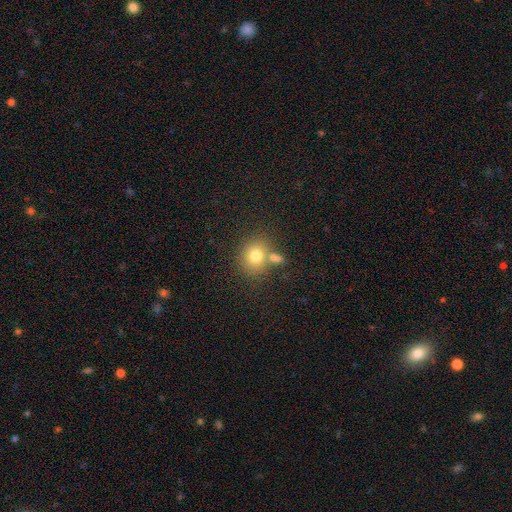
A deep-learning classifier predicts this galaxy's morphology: This appears to be a smooth galaxy with no disk features (77%) that is round (71%). Merging: none (64%).